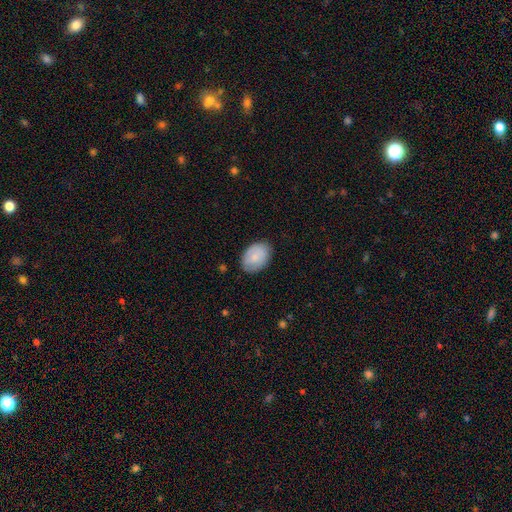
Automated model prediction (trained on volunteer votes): Smooth or featured: smooth — 79% (featured or disk — 14%)
How rounded: in between — 80% (round — 19%)
Merging: none — 82% (minor disturbance — 14%)